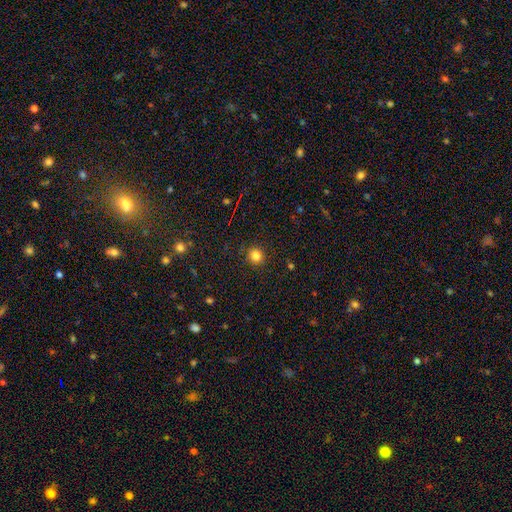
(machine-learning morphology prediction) smooth_or_featured: smooth (p=0.82) [alt: star or artifact p=0.13]
how_rounded: round (p=0.86) [alt: in between p=0.13]
merging: none (p=0.90) [alt: minor disturbance p=0.07]